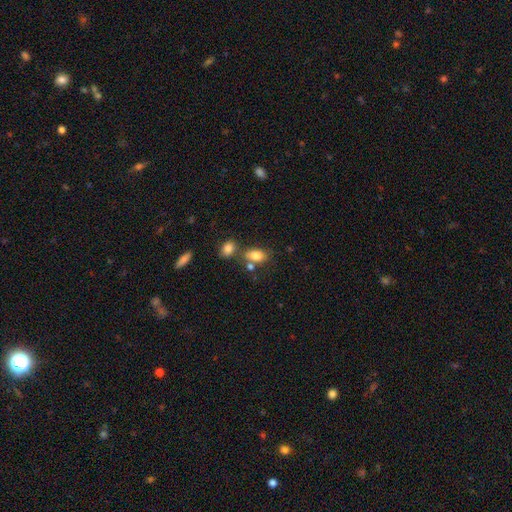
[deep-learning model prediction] This appears to be a smooth galaxy with no disk features (82%) that is in between round and cigar-shaped (87%). Merging: none (57%).